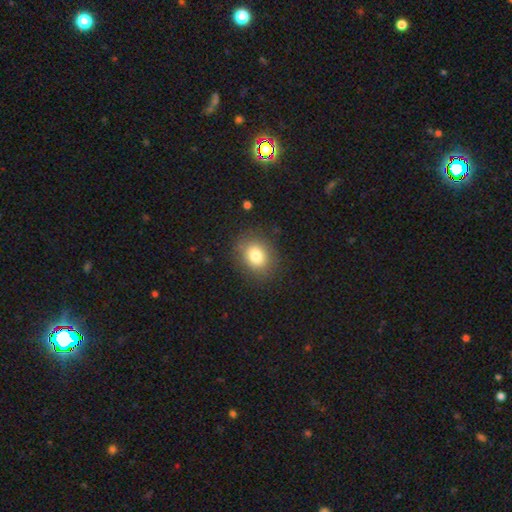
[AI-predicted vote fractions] Morphology: type=smooth (80%); roundness=round (60%); merging=none (85%).